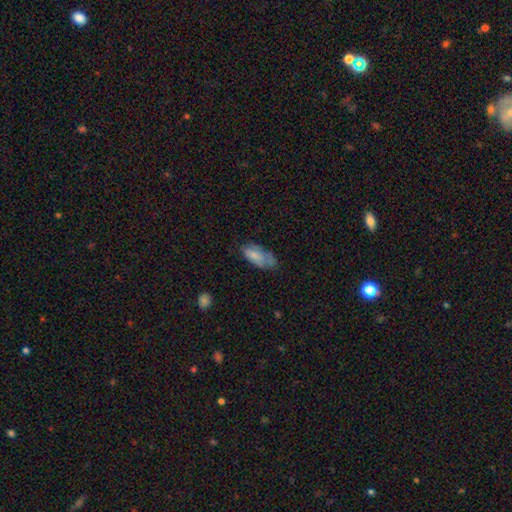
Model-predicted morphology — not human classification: The model was most divided on "merging": none: 44%, minor disturbance: 35%, major disturbance: 16%, merger: 4%. More confident: how rounded — in between (88%); smooth or featured — smooth (72%).